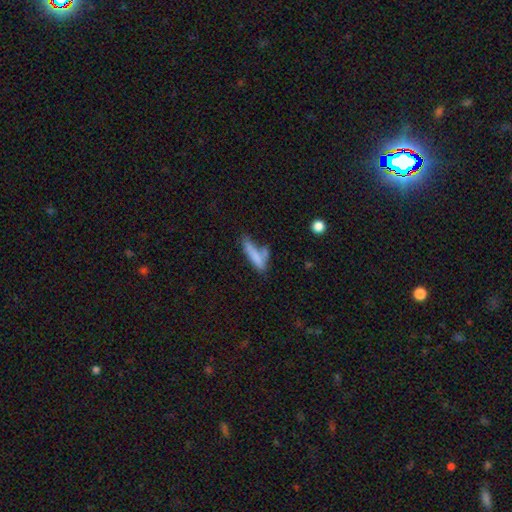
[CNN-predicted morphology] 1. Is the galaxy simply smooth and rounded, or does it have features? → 74% smooth, 18% featured or disk, 8% star or artifact.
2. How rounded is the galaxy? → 77% cigar-shaped, 20% in between, 2% round.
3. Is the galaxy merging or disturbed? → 44% none, 28% merger, 18% minor disturbance, 10% major disturbance.